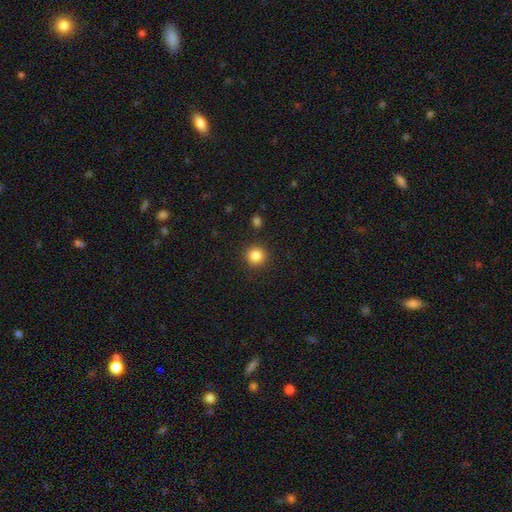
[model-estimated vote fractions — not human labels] Morphology: type=smooth (85%); roundness=round (94%); merging=none (91%).